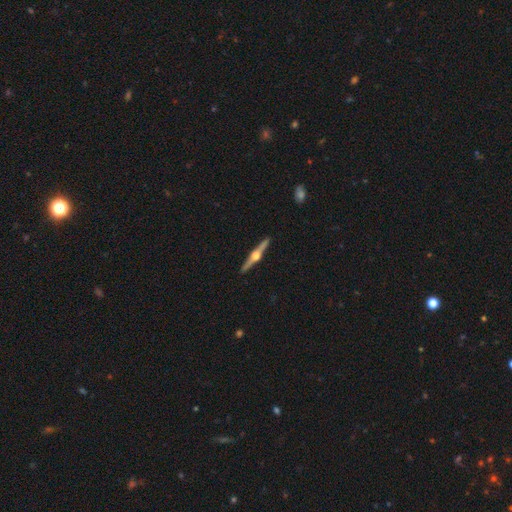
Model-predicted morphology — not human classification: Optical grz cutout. It shows a featured or disk galaxy (85%) viewed edge-on (99%) with a rounded central bulge (96%). Merging: none (93%).